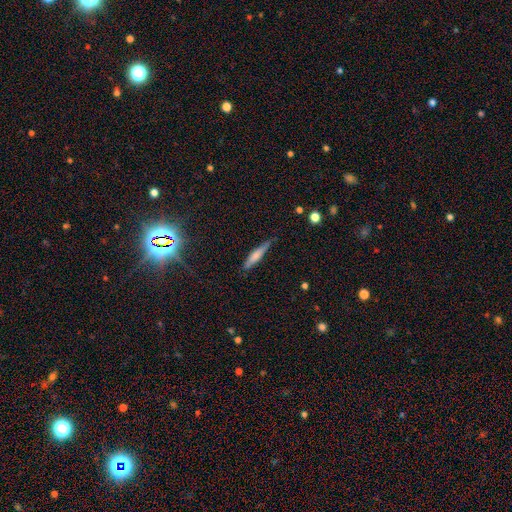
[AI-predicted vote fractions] A smooth galaxy with no disk features (61%) that is cigar-shaped (87%).

Vote fractions:
- Smooth or featured? smooth: 61% / featured or disk: 32% / star or artifact: 7%
- How rounded? cigar-shaped: 87% / in between: 11% / round: 2%
- Merging? none: 75% / minor disturbance: 20% / major disturbance: 4% / merger: 2%